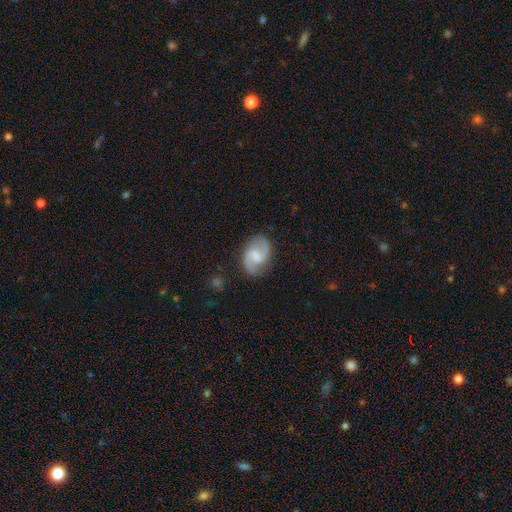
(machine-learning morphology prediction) Q: Smooth or featured?
A: featured or disk (79%); runner-up: smooth (15%)
Q: Edge-on disk?
A: no (98%); runner-up: yes (2%)
Q: Bar?
A: weak (62%); runner-up: no (21%)
Q: Spiral arms?
A: yes (95%); runner-up: no (5%)
Q: Spiral winding?
A: medium (52%); runner-up: loose (34%)
Q: Spiral arm count?
A: 2 (92%); runner-up: can't tell (4%)
Q: Bulge size?
A: small (33%); runner-up: moderate (32%)
Q: Merging?
A: none (81%); runner-up: minor disturbance (14%)